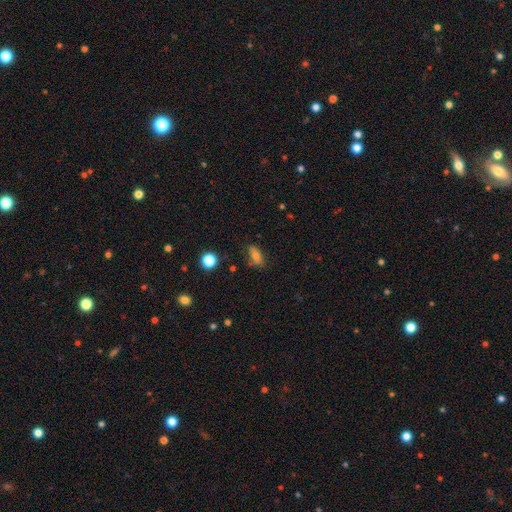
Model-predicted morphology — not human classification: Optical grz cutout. It shows a smooth galaxy with no disk features (70%) that is in between round and cigar-shaped (77%). Merging: none (71%).